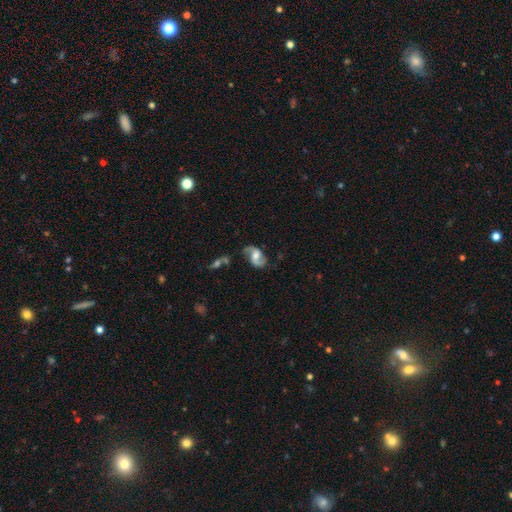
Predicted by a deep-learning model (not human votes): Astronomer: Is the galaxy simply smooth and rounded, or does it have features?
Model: featured or disk — 86%.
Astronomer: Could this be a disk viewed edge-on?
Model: no — 97%.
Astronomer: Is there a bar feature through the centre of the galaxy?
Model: no — 47% (runner-up: weak, 40%).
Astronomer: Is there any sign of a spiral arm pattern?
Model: yes — 96%.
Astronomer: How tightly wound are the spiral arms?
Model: loose — 53% (runner-up: medium, 38%).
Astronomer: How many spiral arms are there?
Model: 2 — 93%.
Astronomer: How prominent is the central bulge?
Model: moderate — 66%.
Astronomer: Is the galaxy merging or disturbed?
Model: none — 72%.